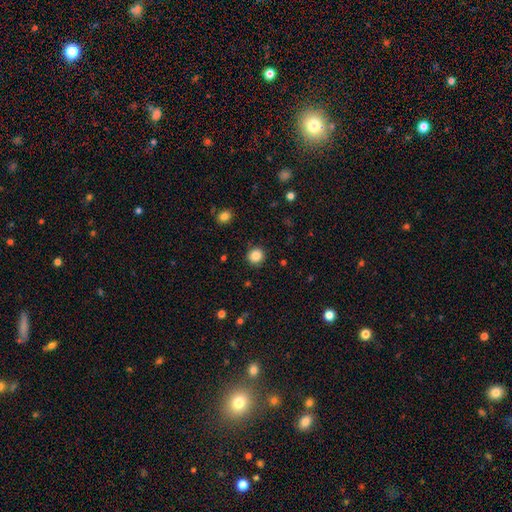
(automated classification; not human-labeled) Overall: smooth (86%). How rounded: round (93%). Merging: none (91%).